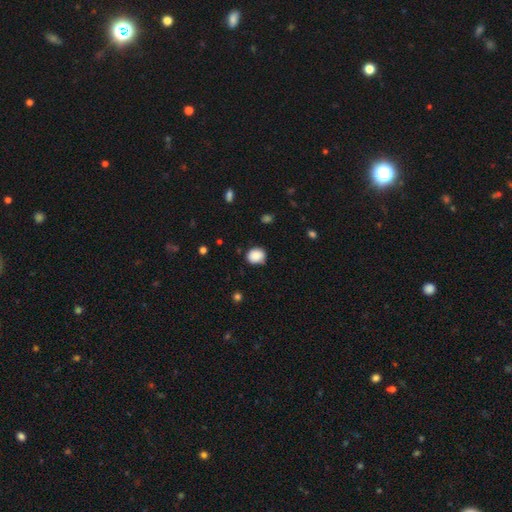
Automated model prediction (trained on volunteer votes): smooth-or-featured: smooth: 88% | star or artifact: 8% | featured or disk: 4%
  how-rounded: round: 63% | in between: 36% | cigar-shaped: 1%
  merging: none: 79% | minor disturbance: 16% | major disturbance: 3% | merger: 2%